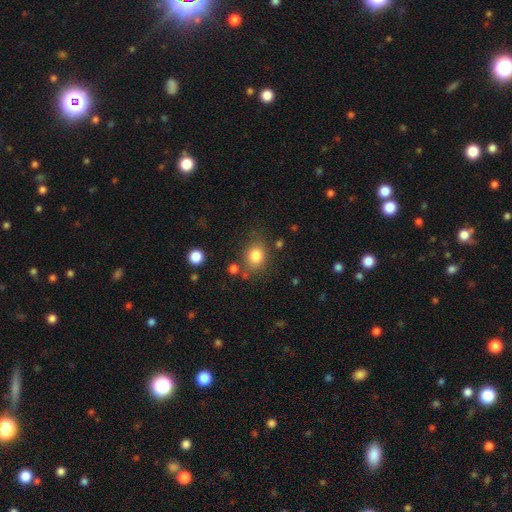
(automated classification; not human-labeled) Smooth or featured? smooth (82%)
How rounded? in between (50%)
Merging? none (70%)